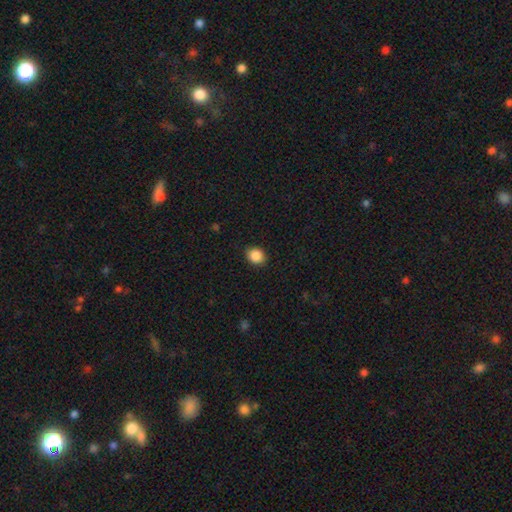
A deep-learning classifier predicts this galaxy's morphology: Smooth or featured?
  - smooth: 88% *
  - star or artifact: 9%
  - featured or disk: 3%
How rounded?
  - round: 61% *
  - in between: 38%
  - cigar-shaped: 1%
Merging?
  - none: 89% *
  - minor disturbance: 8%
  - major disturbance: 2%
  - merger: 1%